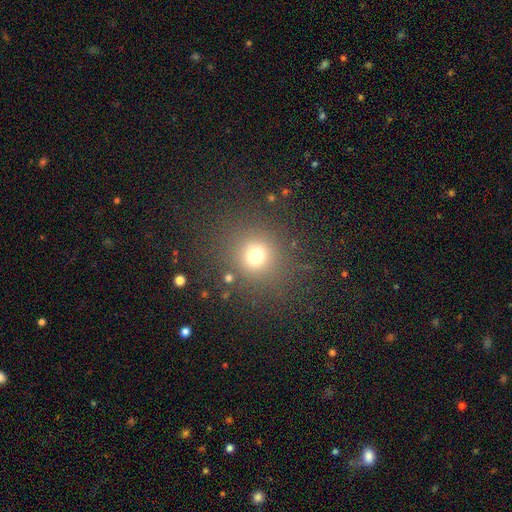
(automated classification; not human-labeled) Smooth or featured? smooth (72%)
How rounded? round (86%)
Merging? none (82%)